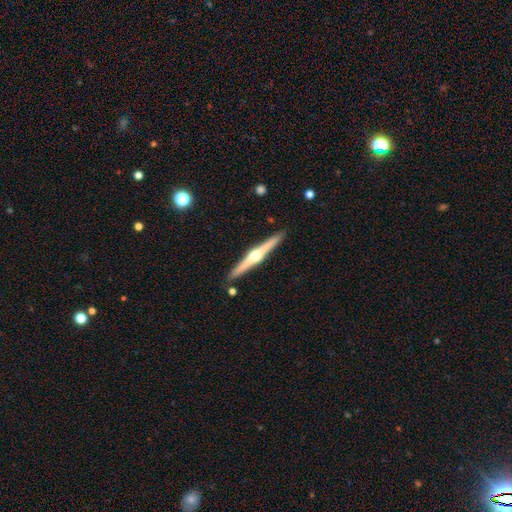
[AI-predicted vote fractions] This is clearly a featured or disk galaxy (81%). It is clearly viewed edge-on (98%). Edge-on bulge: clearly rounded (94%). Merging: clearly none (91%).